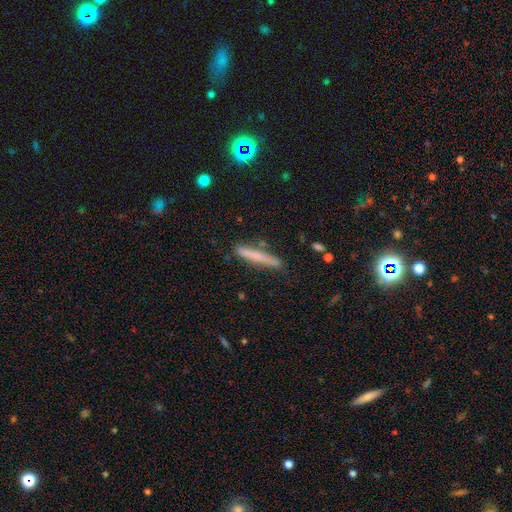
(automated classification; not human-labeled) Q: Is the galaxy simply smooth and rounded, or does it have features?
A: smooth — 61%.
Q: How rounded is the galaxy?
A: cigar-shaped — 95%.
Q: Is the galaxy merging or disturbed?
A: none — 82%.